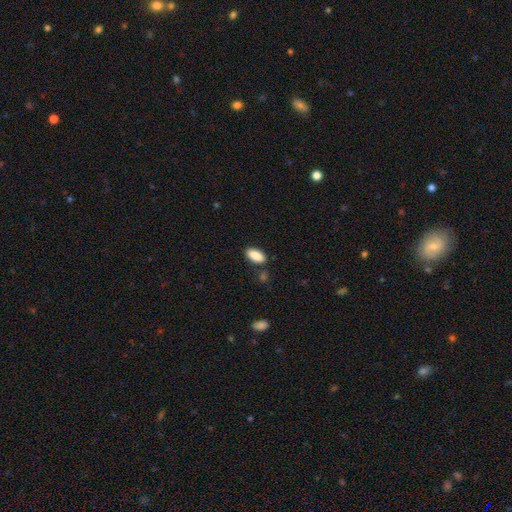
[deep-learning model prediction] A smooth galaxy with no disk features (89%) that is in between round and cigar-shaped (91%). Merging: none (83%).